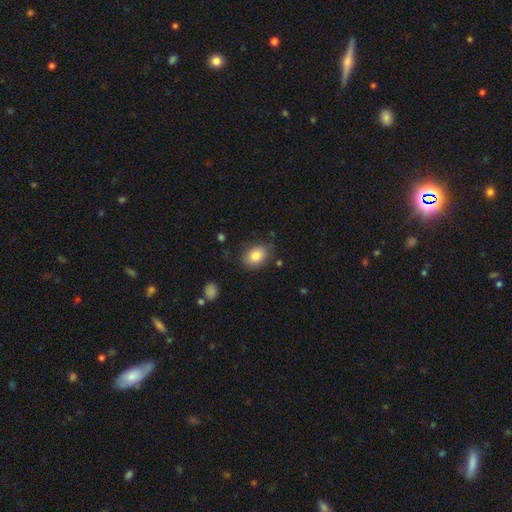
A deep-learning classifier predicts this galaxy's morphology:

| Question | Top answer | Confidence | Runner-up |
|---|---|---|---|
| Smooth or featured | smooth | 83% | featured or disk (9%) |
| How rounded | in between | 69% | round (30%) |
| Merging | none | 80% | minor disturbance (15%) |